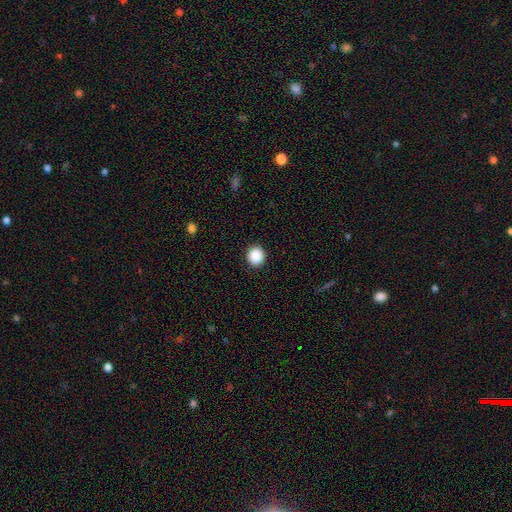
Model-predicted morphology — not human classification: Q: Smooth or featured?
A: smooth (89%); runner-up: star or artifact (9%)
Q: How rounded?
A: round (89%); runner-up: in between (10%)
Q: Merging?
A: none (92%); runner-up: minor disturbance (5%)